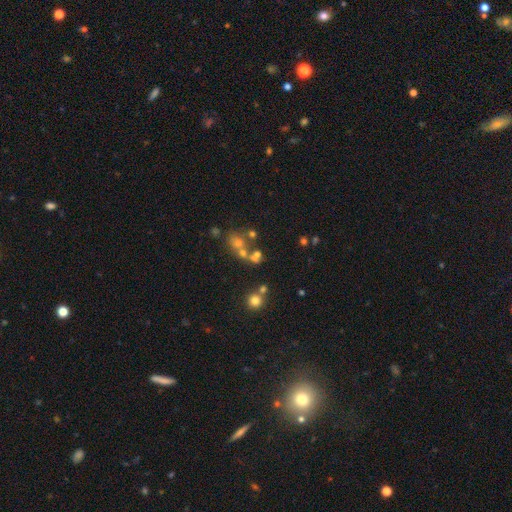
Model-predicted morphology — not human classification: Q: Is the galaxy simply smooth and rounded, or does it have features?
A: smooth — 53%.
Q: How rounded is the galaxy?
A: round — 68%.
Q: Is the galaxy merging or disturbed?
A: merger — 41%, tied with none.